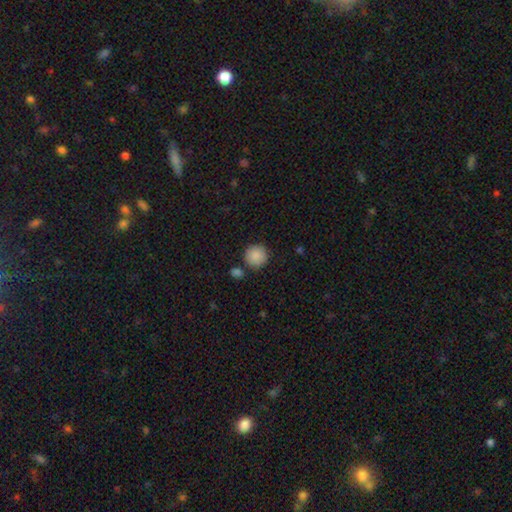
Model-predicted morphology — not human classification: The model was most divided on "merging": none: 81%, minor disturbance: 9%, merger: 7%, major disturbance: 3%. More confident: how rounded — round (94%); smooth or featured — smooth (88%).